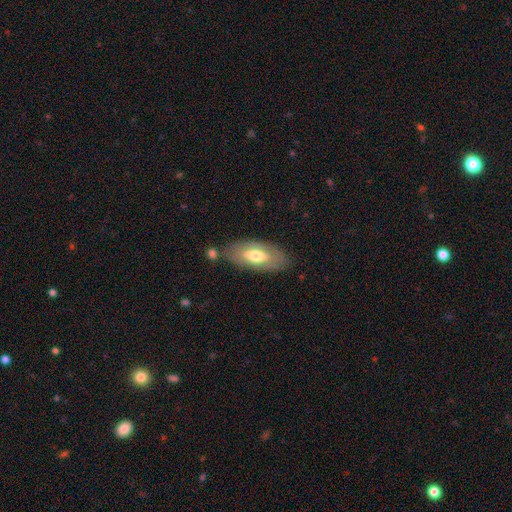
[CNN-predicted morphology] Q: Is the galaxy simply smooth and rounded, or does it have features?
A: smooth — 56%.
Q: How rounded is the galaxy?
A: in between — 85%.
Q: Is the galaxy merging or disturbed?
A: none — 74%.